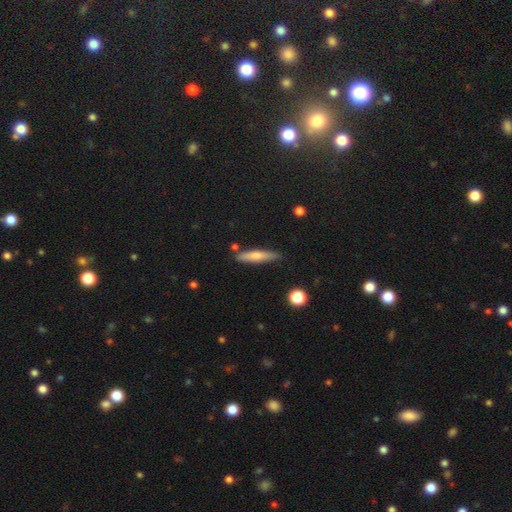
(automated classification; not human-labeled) A smooth galaxy with no disk features (67%) that is cigar-shaped (84%).

Vote fractions:
- Smooth or featured? smooth: 67% / featured or disk: 27% / star or artifact: 6%
- How rounded? cigar-shaped: 84% / in between: 15% / round: 2%
- Merging? none: 79% / minor disturbance: 14% / merger: 4% / major disturbance: 3%